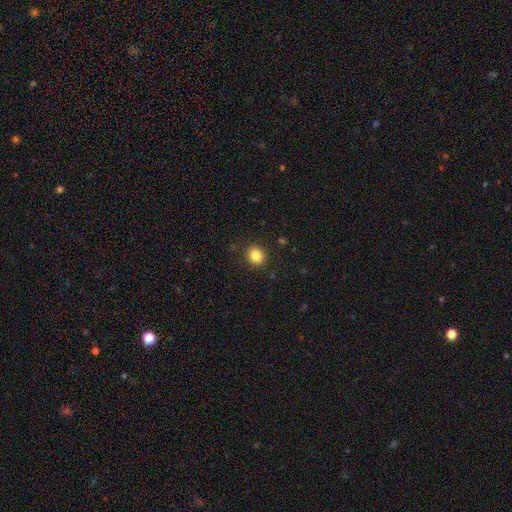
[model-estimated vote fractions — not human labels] This is clearly a smooth galaxy (84%). How rounded: likely round (79%). Merging: clearly none (90%).